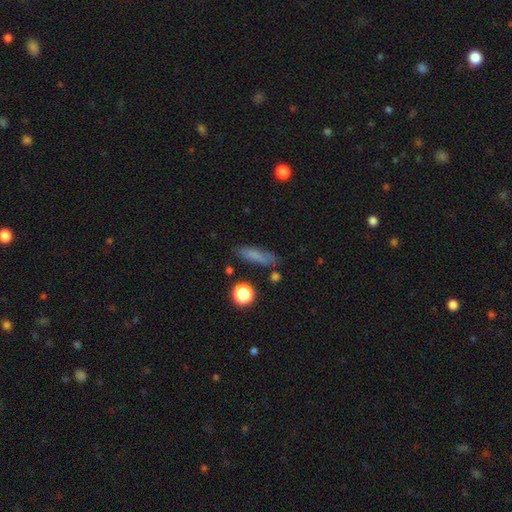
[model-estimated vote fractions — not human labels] The model was most divided on "how rounded": cigar-shaped: 64%, in between: 31%, round: 5%. More confident: merging — none (76%); smooth or featured — smooth (74%).